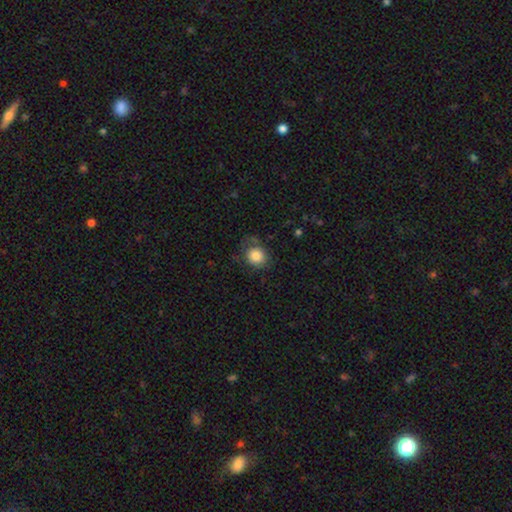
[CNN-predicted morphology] smooth_or_featured: smooth (p=0.84) [alt: star or artifact p=0.09]
how_rounded: round (p=0.77) [alt: in between p=0.22]
merging: none (p=0.64) [alt: minor disturbance p=0.23]